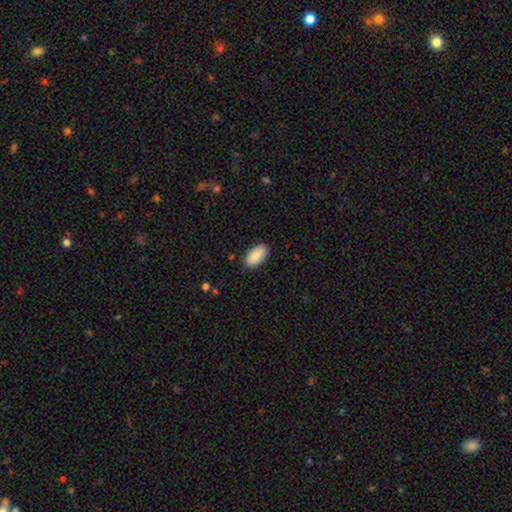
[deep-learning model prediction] Q: Smooth or featured?
A: smooth (87%); runner-up: featured or disk (7%)
Q: How rounded?
A: in between (95%); runner-up: cigar-shaped (3%)
Q: Merging?
A: none (88%); runner-up: minor disturbance (9%)